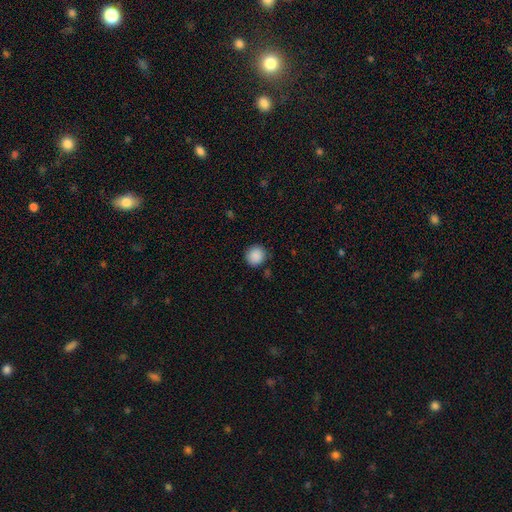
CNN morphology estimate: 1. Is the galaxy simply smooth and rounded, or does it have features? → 89% smooth, 9% star or artifact, 3% featured or disk.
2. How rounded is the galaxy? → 93% round, 6% in between, 1% cigar-shaped.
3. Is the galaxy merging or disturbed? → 88% none, 8% minor disturbance, 2% major disturbance, 2% merger.